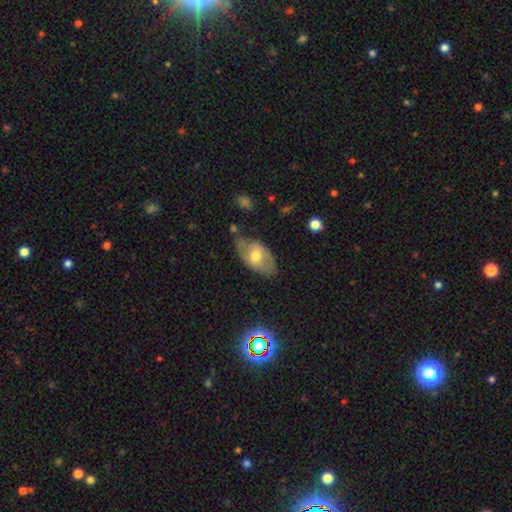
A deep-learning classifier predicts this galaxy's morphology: Smooth or featured? Predicted: smooth (p=0.46, tied with featured or disk). Merging? Predicted: none (p=0.60).